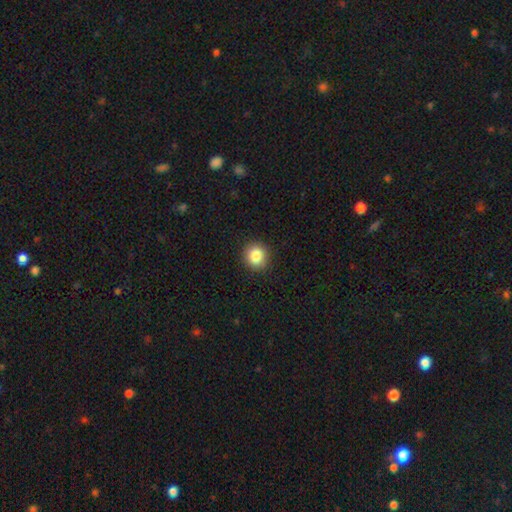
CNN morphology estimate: This appears to be a smooth galaxy with no disk features (86%) that is round (87%). Merging: none (91%).